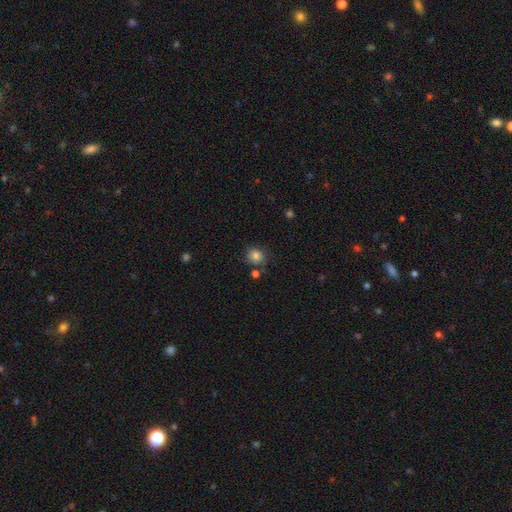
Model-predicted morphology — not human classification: Q: Smooth or featured?
A: smooth (82%); runner-up: star or artifact (11%)
Q: How rounded?
A: round (84%); runner-up: in between (15%)
Q: Merging?
A: none (76%); runner-up: minor disturbance (13%)